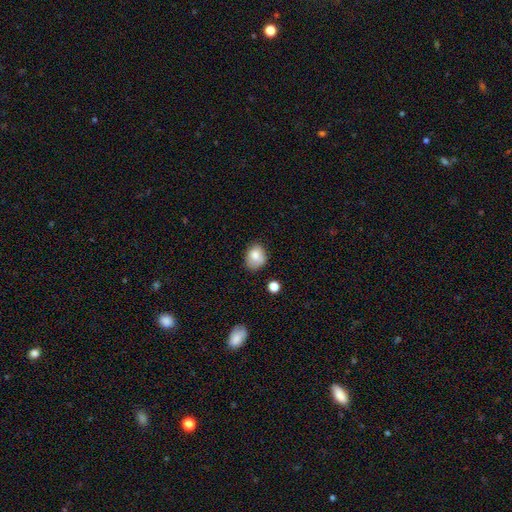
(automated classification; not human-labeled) smooth_or_featured: smooth (p=0.81) [alt: featured or disk p=0.10]
how_rounded: in between (p=0.54) [alt: round p=0.46]
merging: none (p=0.61) [alt: minor disturbance p=0.28]